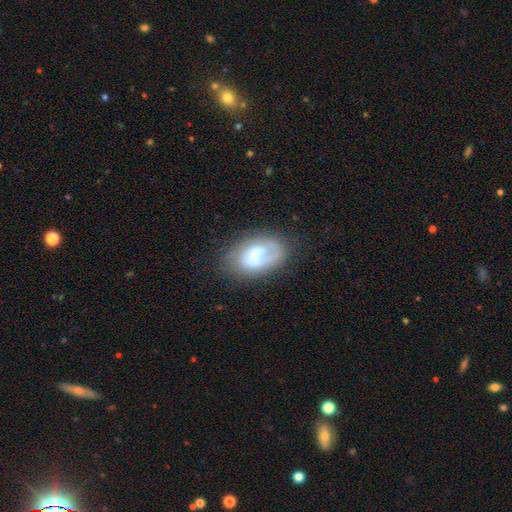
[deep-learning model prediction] The model was most divided on "smooth or featured": featured or disk: 50%, smooth: 42%, star or artifact: 8%. More confident: merging — none (52%).